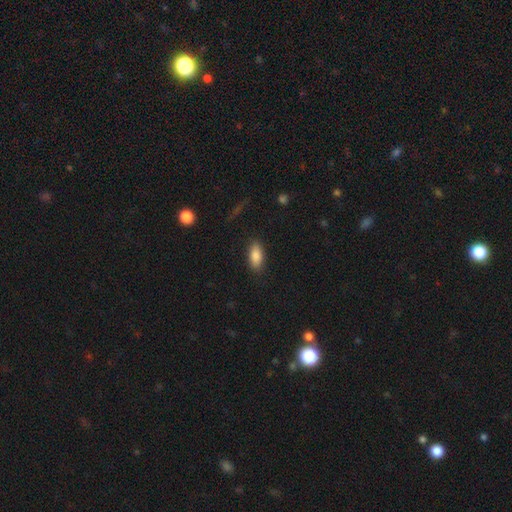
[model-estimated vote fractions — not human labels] A smooth galaxy with no disk features (85%) that is in between round and cigar-shaped (87%). Merging: none (86%).